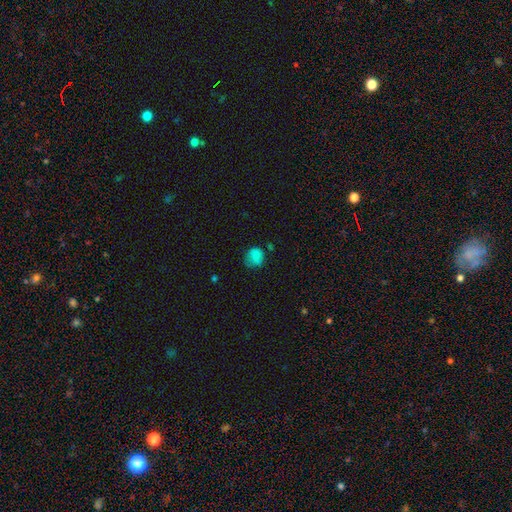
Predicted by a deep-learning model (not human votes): This appears to be a smooth galaxy with no disk features (79%) that is round (65%). Merging: none (50%).